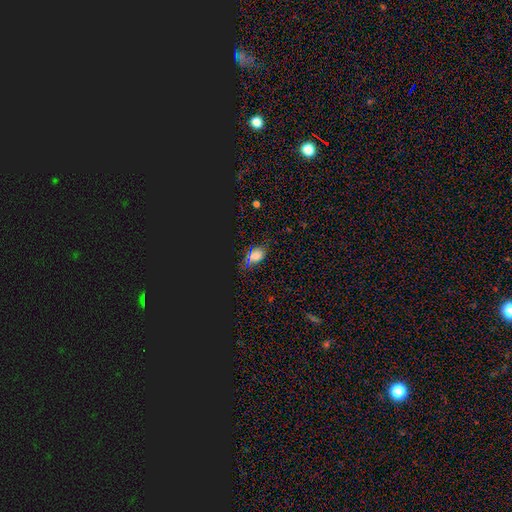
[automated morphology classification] Smooth or featured?
  - smooth: 53% *
  - star or artifact: 39%
  - featured or disk: 8%
How rounded?
  - in between: 65% *
  - round: 32%
  - cigar-shaped: 3%
Merging?
  - none: 74% *
  - minor disturbance: 15%
  - major disturbance: 6%
  - merger: 5%